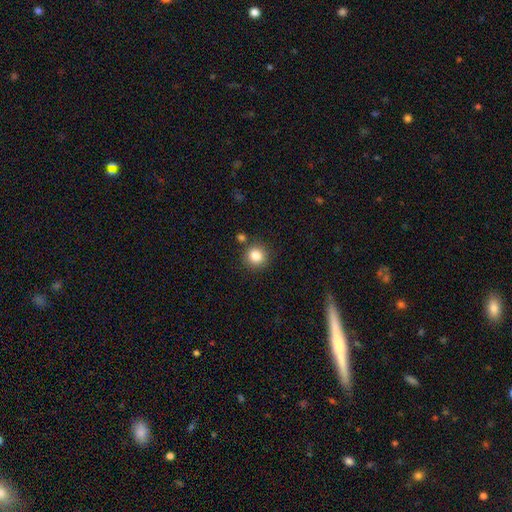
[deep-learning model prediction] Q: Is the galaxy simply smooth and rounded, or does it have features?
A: smooth — 83%.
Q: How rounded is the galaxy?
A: round — 92%.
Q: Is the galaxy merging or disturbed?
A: none — 83%.